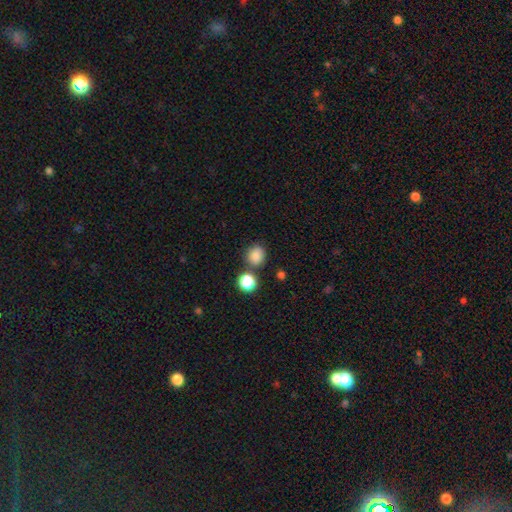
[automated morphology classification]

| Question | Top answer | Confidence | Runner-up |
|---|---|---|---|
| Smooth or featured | smooth | 84% | star or artifact (12%) |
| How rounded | round | 80% | in between (19%) |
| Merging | none | 72% | merger (12%) |